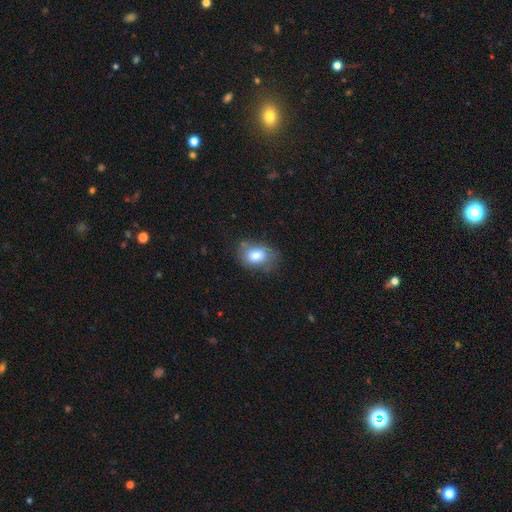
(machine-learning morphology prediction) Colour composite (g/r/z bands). It shows a smooth galaxy with no disk features (76%) that is in between round and cigar-shaped (73%). Merging: none (63%).